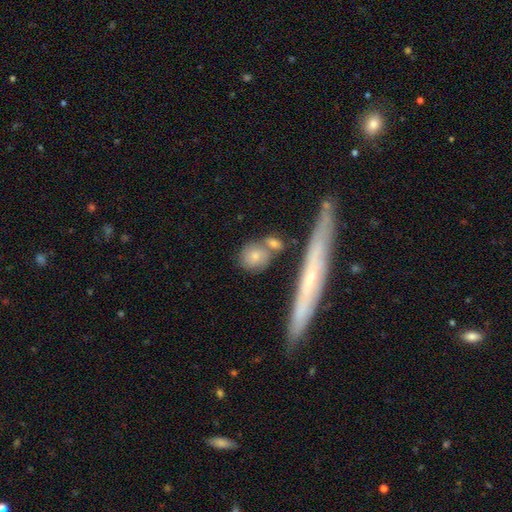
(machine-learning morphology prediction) This appears to be a smooth galaxy with no disk features (68%) that is round (60%). Merging: none (63%).